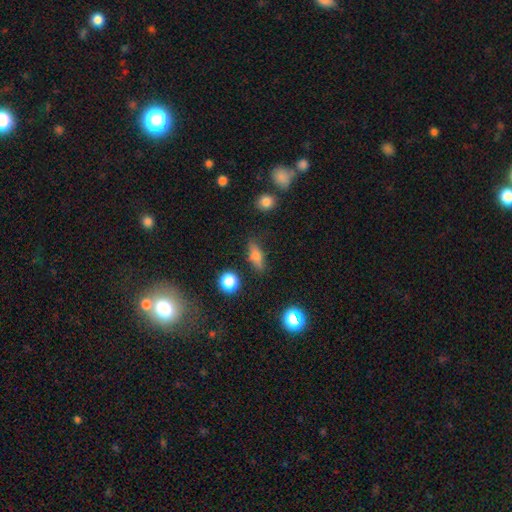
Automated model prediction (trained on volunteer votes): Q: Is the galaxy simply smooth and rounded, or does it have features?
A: smooth — 69%.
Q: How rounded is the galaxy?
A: in between — 56%.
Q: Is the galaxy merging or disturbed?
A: none — 74%.